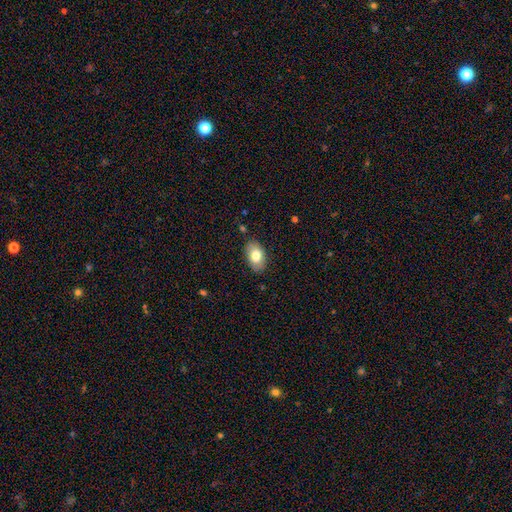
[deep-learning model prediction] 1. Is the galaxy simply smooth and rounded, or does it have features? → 78% smooth, 15% featured or disk, 7% star or artifact.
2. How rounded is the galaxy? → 92% in between, 7% round, 1% cigar-shaped.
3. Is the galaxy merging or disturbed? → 85% none, 11% minor disturbance, 2% major disturbance, 1% merger.